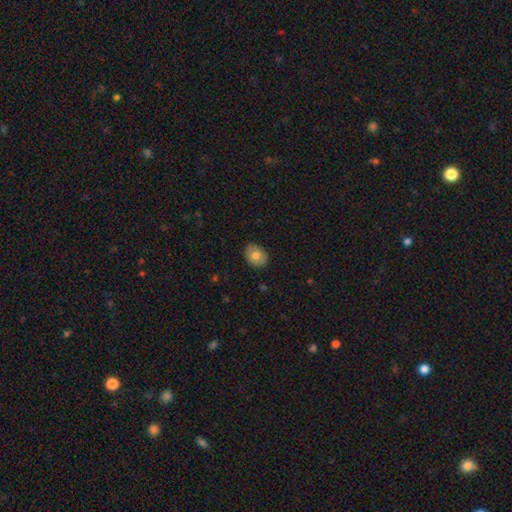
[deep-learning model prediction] This appears to be a smooth galaxy with no disk features (74%) that is in between round and cigar-shaped (63%). Merging: none (85%).